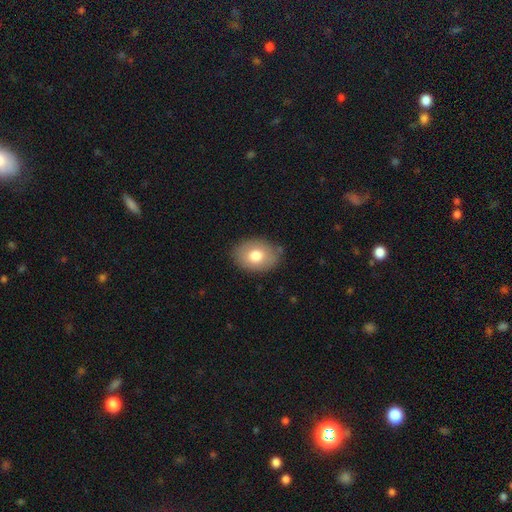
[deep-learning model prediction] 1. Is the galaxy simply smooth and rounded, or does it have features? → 75% smooth, 17% featured or disk, 8% star or artifact.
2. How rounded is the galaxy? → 73% in between, 27% round, 1% cigar-shaped.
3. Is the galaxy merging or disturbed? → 82% none, 14% minor disturbance, 3% major disturbance, 2% merger.